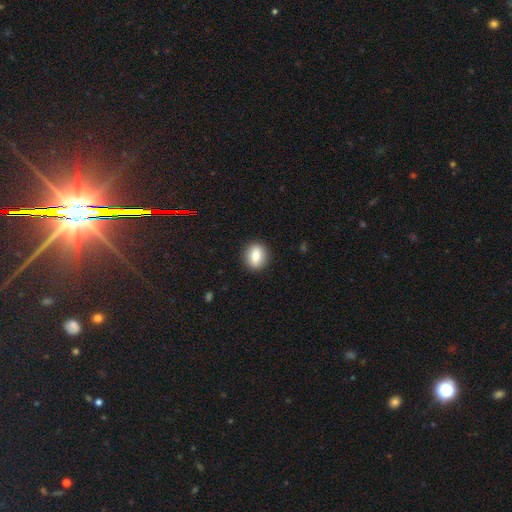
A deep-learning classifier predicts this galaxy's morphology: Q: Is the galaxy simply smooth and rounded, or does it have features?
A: smooth — 79%.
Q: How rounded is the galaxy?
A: round — 65%.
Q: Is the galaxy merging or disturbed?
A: none — 90%.